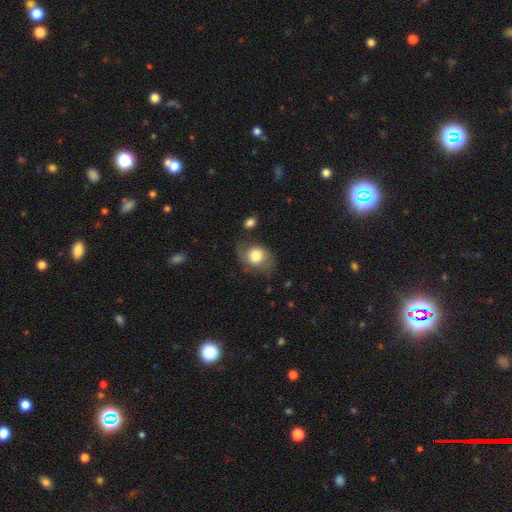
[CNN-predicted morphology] smooth-or-featured: smooth: 63% | featured or disk: 29% | star or artifact: 8%
  how-rounded: in between: 51% | round: 48% | cigar-shaped: 1%
  merging: none: 55% | minor disturbance: 27% | major disturbance: 14% | merger: 4%